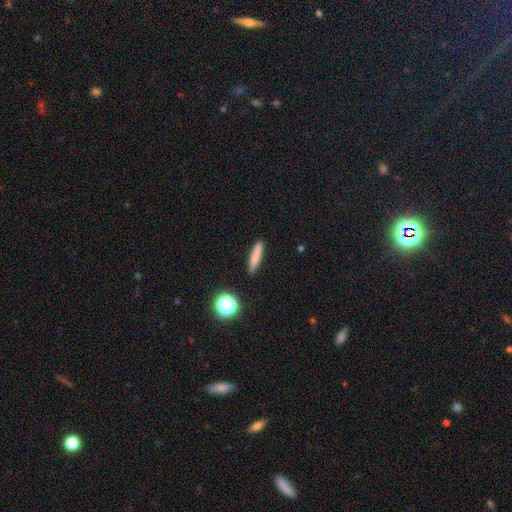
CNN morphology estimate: Overall: smooth (79%). How rounded: cigar-shaped (89%). Merging: none (89%).